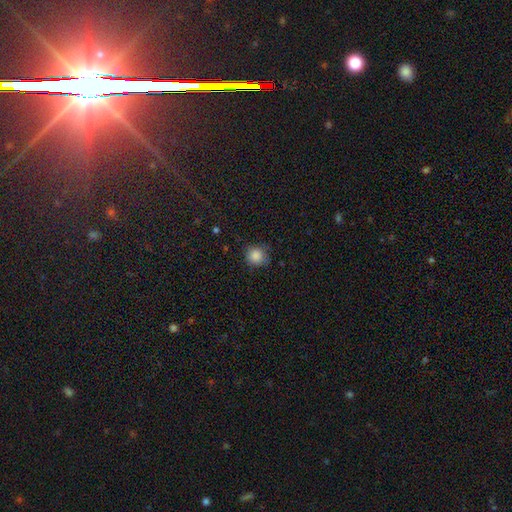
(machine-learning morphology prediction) Smooth or featured?
  - smooth: 86% *
  - star or artifact: 10%
  - featured or disk: 4%
How rounded?
  - round: 86% *
  - in between: 14%
  - cigar-shaped: 1%
Merging?
  - none: 74% *
  - minor disturbance: 20%
  - major disturbance: 4%
  - merger: 1%